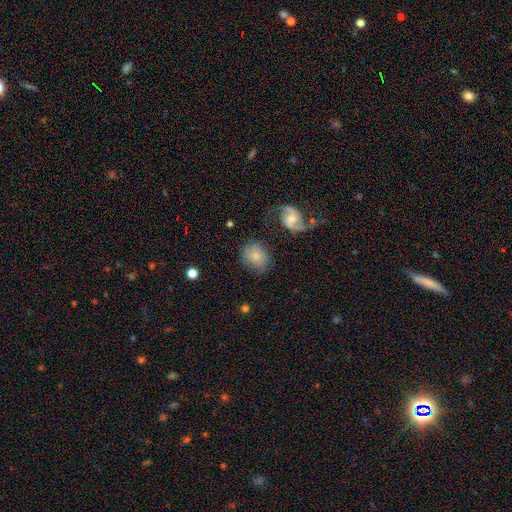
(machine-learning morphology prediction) This appears to be a smooth galaxy with no disk features (65%) that is round (54%). Merging: none (66%).